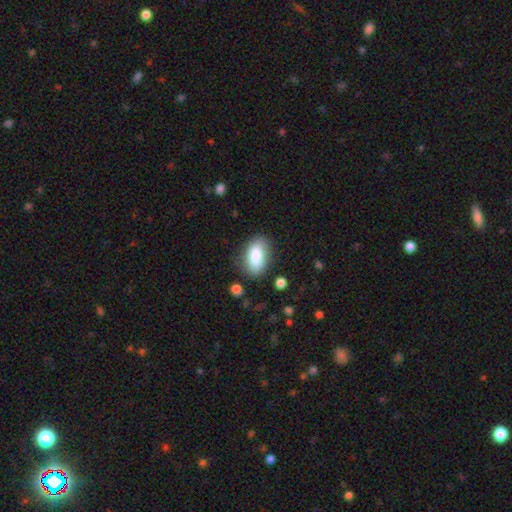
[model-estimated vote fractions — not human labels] This is clearly a smooth galaxy (81%). How rounded: clearly in between (90%). Merging: likely none (79%).